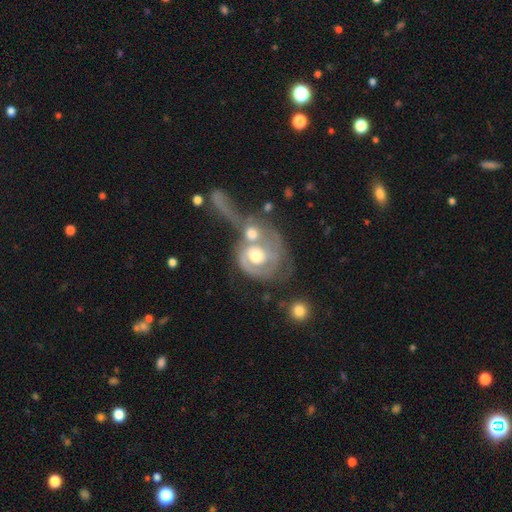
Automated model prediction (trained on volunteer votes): Q: Smooth or featured?
A: featured or disk (72%); runner-up: smooth (22%)
Q: Edge-on disk?
A: no (96%); runner-up: yes (4%)
Q: Bar?
A: no (76%); runner-up: weak (19%)
Q: Spiral arms?
A: yes (75%); runner-up: no (25%)
Q: Spiral winding?
A: tight (54%); runner-up: medium (29%)
Q: Spiral arm count?
A: 2 (36%); runner-up: 1 (32%)
Q: Bulge size?
A: moderate (67%); runner-up: large (22%)
Q: Merging?
A: merger (64%); runner-up: major disturbance (16%)